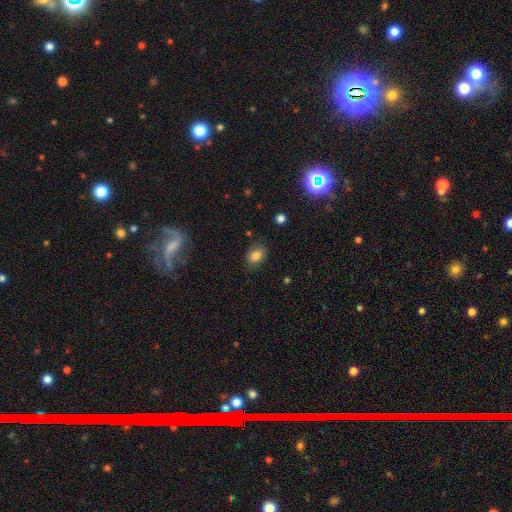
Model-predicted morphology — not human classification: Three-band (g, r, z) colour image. It shows a smooth galaxy with no disk features (83%) that is in between round and cigar-shaped (69%). Merging: none (81%).